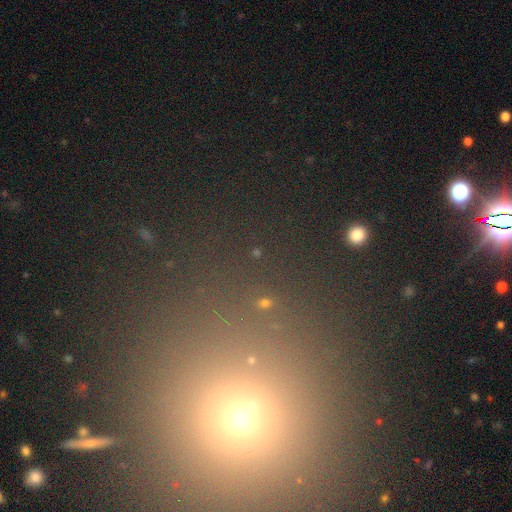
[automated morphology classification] star or artifact 58%, smooth 32%, featured or disk 10%.